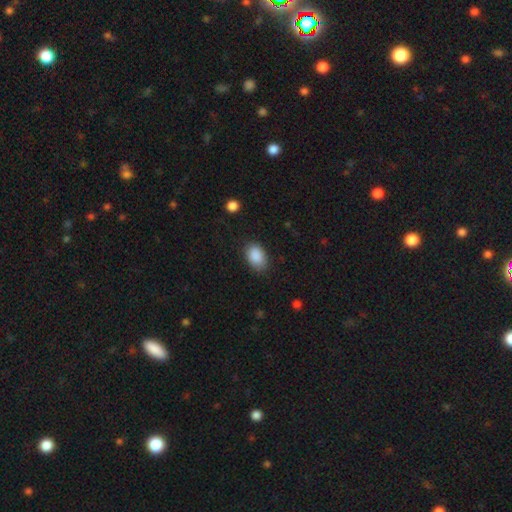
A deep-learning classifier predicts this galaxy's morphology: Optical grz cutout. It shows a smooth galaxy with no disk features (89%) that is in between round and cigar-shaped (85%). Merging: none (80%).